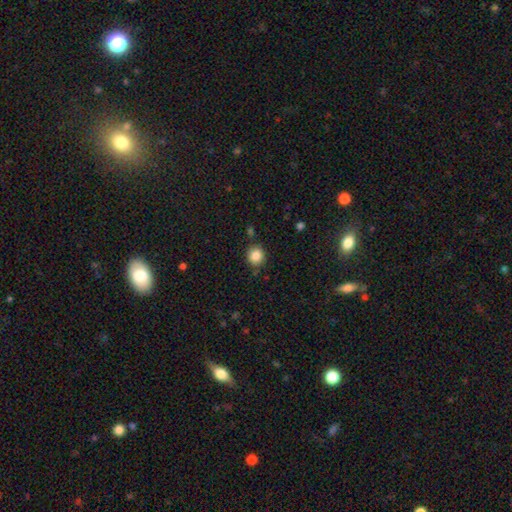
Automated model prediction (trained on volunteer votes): Smooth or featured?
  - smooth: 85% *
  - star or artifact: 10%
  - featured or disk: 5%
How rounded?
  - round: 88% *
  - in between: 11%
  - cigar-shaped: 1%
Merging?
  - none: 83% *
  - minor disturbance: 10%
  - merger: 4%
  - major disturbance: 3%